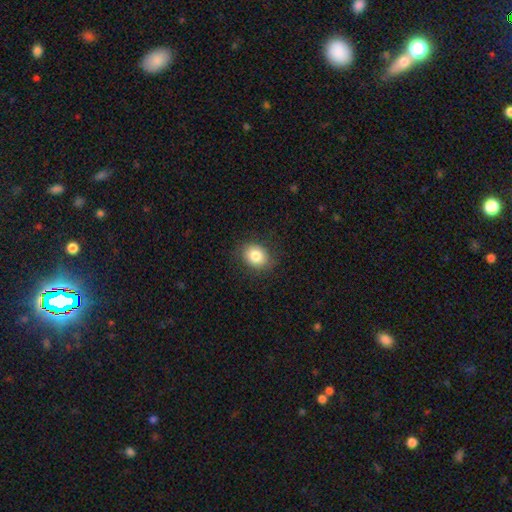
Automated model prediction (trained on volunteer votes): smooth 82%, star or artifact 9%, featured or disk 8%. Down the decision tree: how rounded — round (51%); merging — none (85%).